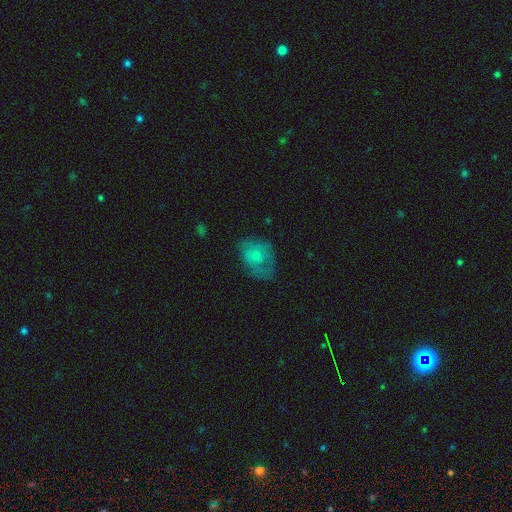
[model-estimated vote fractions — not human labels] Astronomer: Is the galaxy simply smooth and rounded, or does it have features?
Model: smooth — 60%.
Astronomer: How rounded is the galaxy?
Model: in between — 63%.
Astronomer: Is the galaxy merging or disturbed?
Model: none — 46% (runner-up: minor disturbance, 31%).